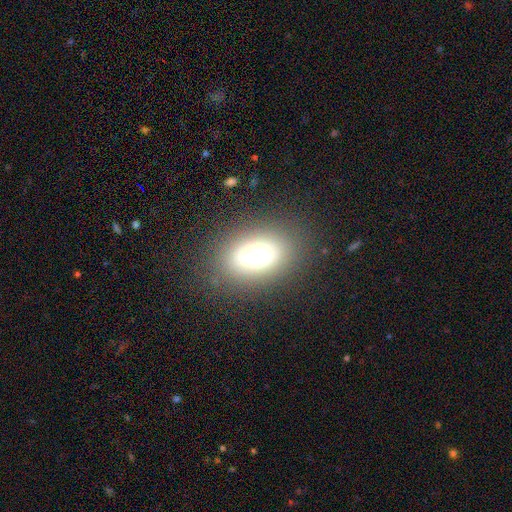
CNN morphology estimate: A smooth galaxy with no disk features (64%) that is in between round and cigar-shaped (67%).

Vote fractions:
- Smooth or featured? smooth: 64% / star or artifact: 19% / featured or disk: 17%
- How rounded? in between: 67% / round: 31% / cigar-shaped: 2%
- Merging? none: 83% / minor disturbance: 10% / major disturbance: 6% / merger: 2%